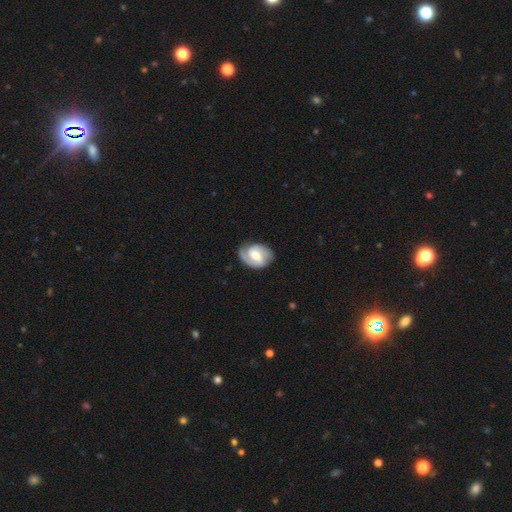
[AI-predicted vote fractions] This appears to be a featured or disk galaxy (77%) with a weak bar (51%), 2 (80%) tight (44%) spiral arms (92%) and a moderate central bulge (58%). Merging: none (78%).